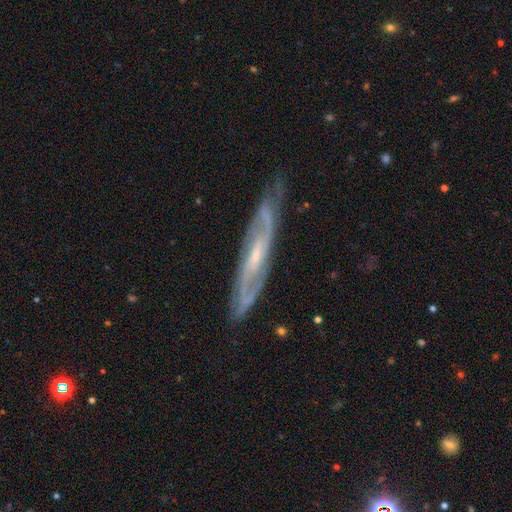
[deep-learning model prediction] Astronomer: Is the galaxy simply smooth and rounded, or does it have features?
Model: featured or disk — 83%.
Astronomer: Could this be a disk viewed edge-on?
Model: no — 59% (runner-up: yes, 41%).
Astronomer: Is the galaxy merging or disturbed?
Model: none — 78%.